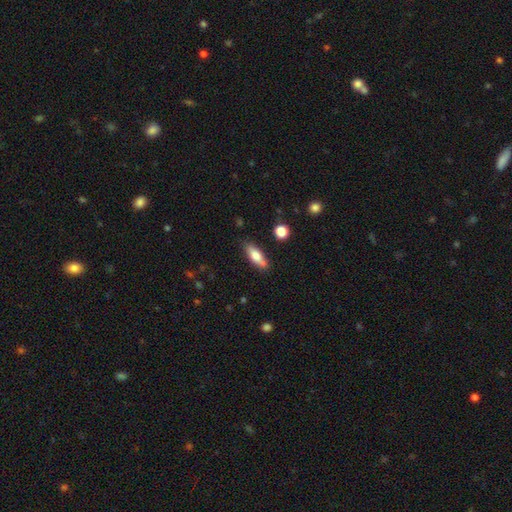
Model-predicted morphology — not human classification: A smooth galaxy with no disk features (71%) that is in between round and cigar-shaped (61%). Merging: none (74%).